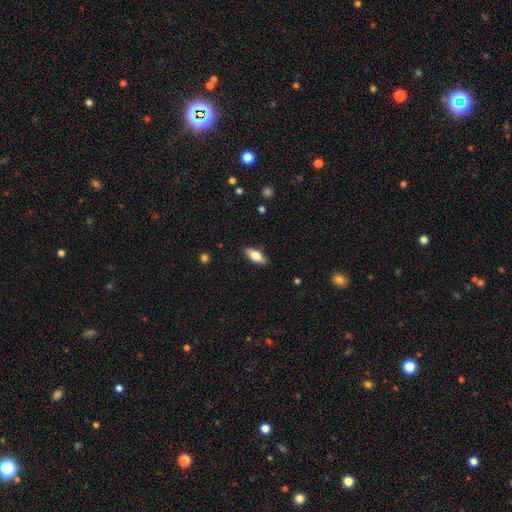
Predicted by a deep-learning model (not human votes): The model was most divided on "smooth or featured": smooth: 73%, featured or disk: 21%, star or artifact: 6%. More confident: merging — none (88%); how rounded — in between (80%).